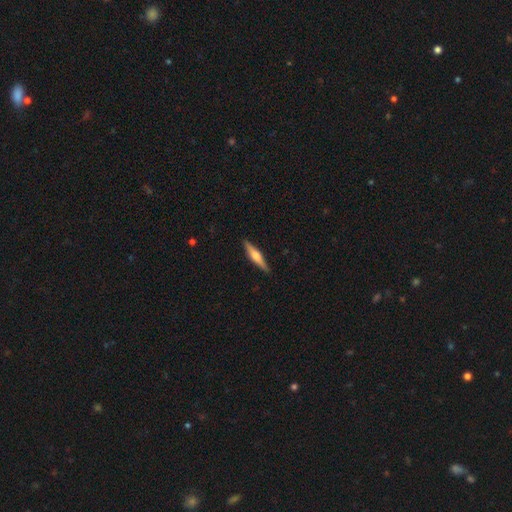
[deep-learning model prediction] A featured or disk galaxy (60%) viewed edge-on (97%) with a rounded central bulge (82%).

Vote fractions:
- Smooth or featured? featured or disk: 60% / smooth: 35% / star or artifact: 6%
- Edge-on disk? yes: 97% / no: 3%
- Edge-on bulge? rounded: 82% / boxy: 13% / none: 5%
- Merging? none: 90% / minor disturbance: 7% / major disturbance: 1% / merger: 1%